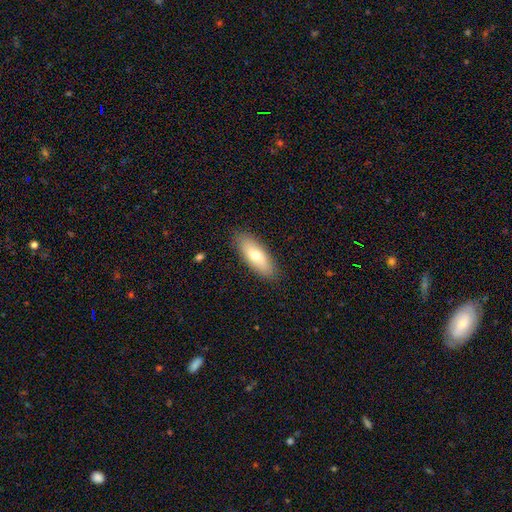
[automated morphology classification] type=smooth (70%); roundness=in between (71%); merging=none (88%).